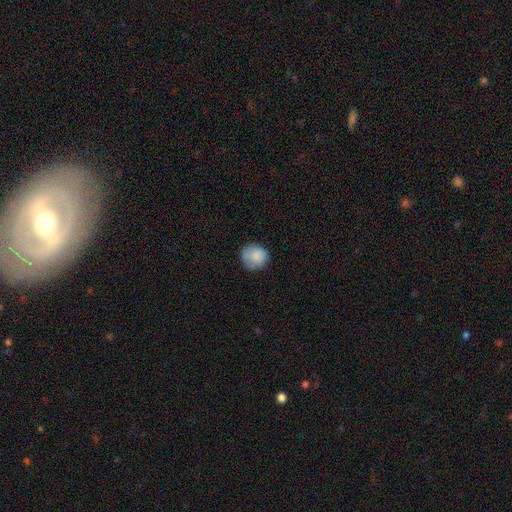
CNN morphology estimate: Q: Smooth or featured?
A: smooth (83%); runner-up: featured or disk (9%)
Q: How rounded?
A: round (82%); runner-up: in between (17%)
Q: Merging?
A: none (72%); runner-up: minor disturbance (21%)